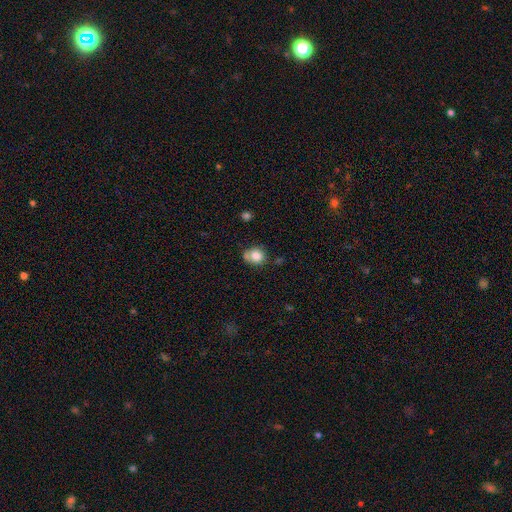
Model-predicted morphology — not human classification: Smooth or featured?
  - smooth: 82% *
  - star or artifact: 10%
  - featured or disk: 8%
How rounded?
  - round: 74% *
  - in between: 25%
  - cigar-shaped: 1%
Merging?
  - none: 56% *
  - minor disturbance: 22%
  - merger: 16%
  - major disturbance: 6%